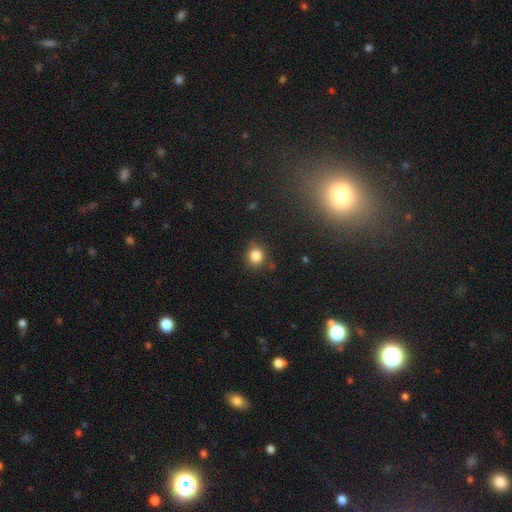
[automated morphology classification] Smooth or featured: smooth — 83% (star or artifact — 12%)
How rounded: round — 82% (in between — 17%)
Merging: none — 81% (minor disturbance — 13%)